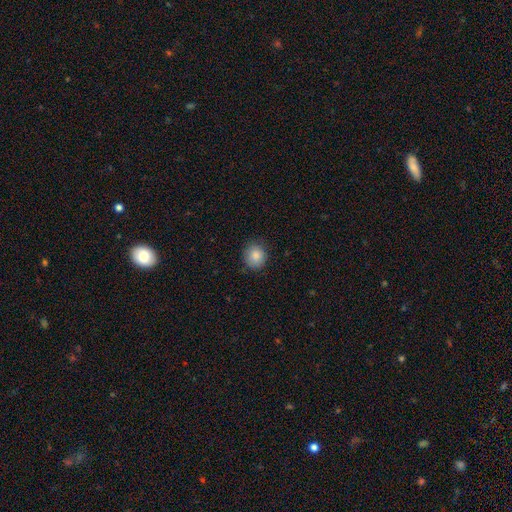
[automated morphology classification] The model was most divided on "how rounded": round: 80%, in between: 19%, cigar-shaped: 1%. More confident: smooth or featured — smooth (86%); merging — none (83%).